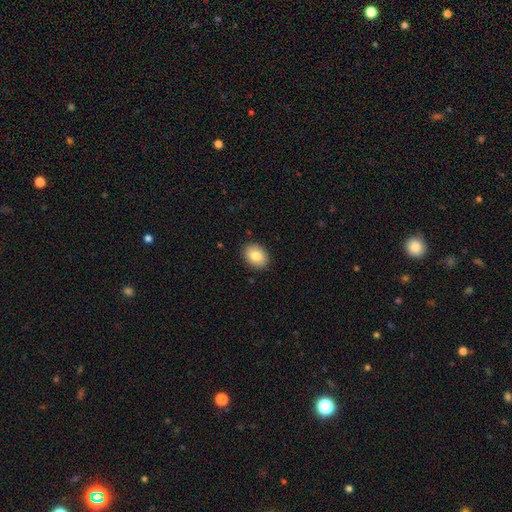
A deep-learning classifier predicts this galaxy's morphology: Smooth or featured? smooth (84%)
How rounded? in between (70%)
Merging? none (89%)